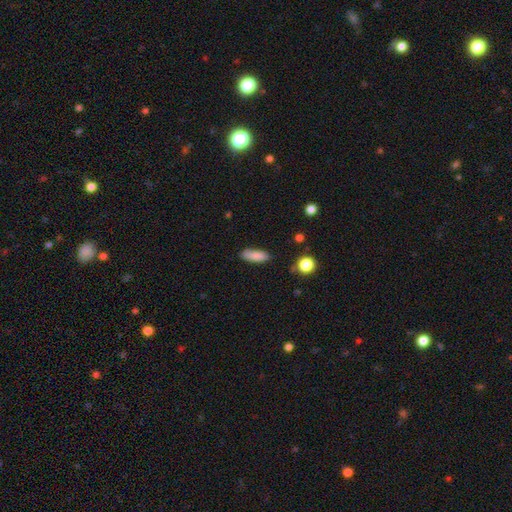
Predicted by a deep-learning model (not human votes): Overall: smooth (85%). How rounded: in between (60%; cigar-shaped 37%). Merging: none (79%).